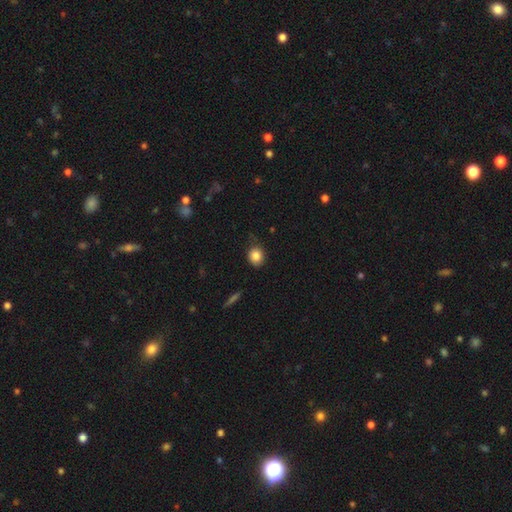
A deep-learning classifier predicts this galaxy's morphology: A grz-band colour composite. It shows a smooth galaxy with no disk features (84%) that is round (73%). Merging: none (78%).